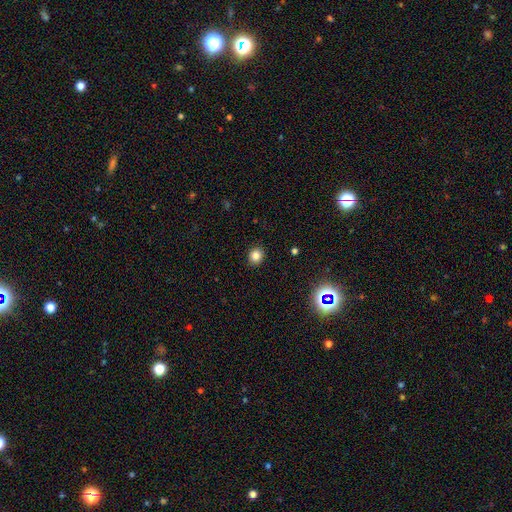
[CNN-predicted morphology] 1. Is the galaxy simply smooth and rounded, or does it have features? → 83% smooth, 12% star or artifact, 5% featured or disk.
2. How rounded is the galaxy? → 85% round, 15% in between, 1% cigar-shaped.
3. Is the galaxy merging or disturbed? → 91% none, 6% minor disturbance, 2% major disturbance, 1% merger.